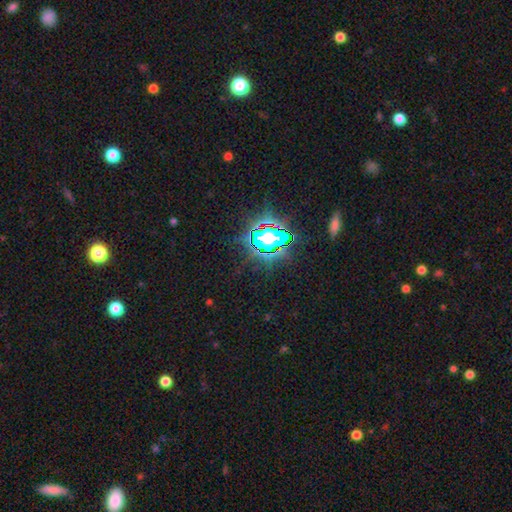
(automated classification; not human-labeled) smooth_or_featured: star or artifact (p=0.83) [alt: smooth p=0.10]